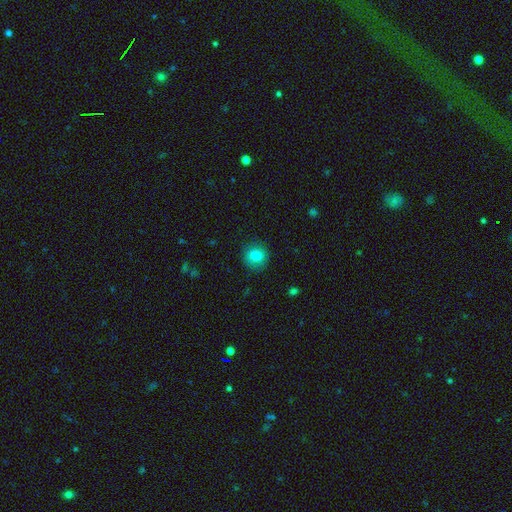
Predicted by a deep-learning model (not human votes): Smooth or featured? smooth (81%)
How rounded? round (81%)
Merging? none (87%)